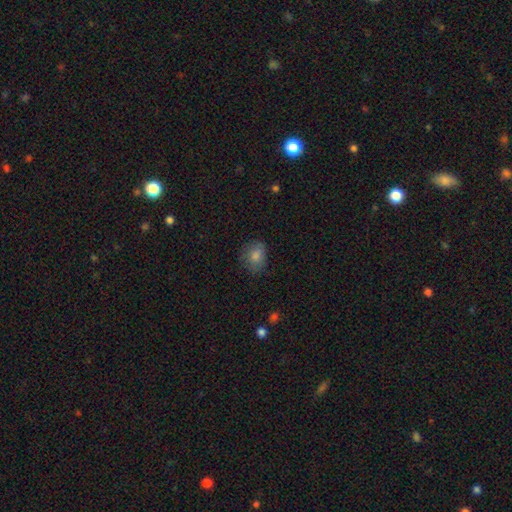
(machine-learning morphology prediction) Q: Smooth or featured?
A: smooth (75%); runner-up: featured or disk (13%)
Q: How rounded?
A: round (51%); runner-up: in between (48%)
Q: Merging?
A: none (74%); runner-up: minor disturbance (19%)